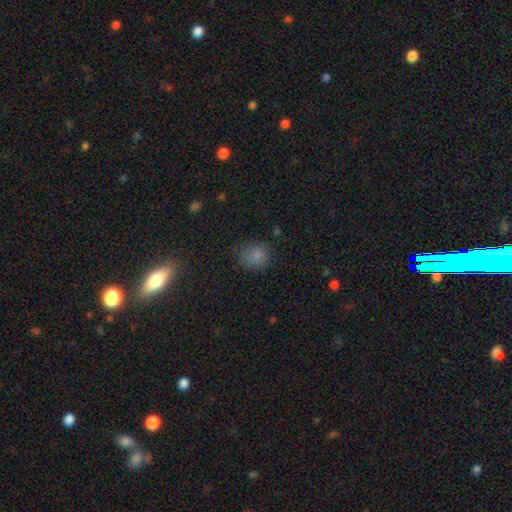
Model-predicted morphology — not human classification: A smooth galaxy with no disk features (80%) that is round (70%).

Vote fractions:
- Smooth or featured? smooth: 80% / star or artifact: 14% / featured or disk: 7%
- How rounded? round: 70% / in between: 29% / cigar-shaped: 1%
- Merging? none: 70% / minor disturbance: 21% / major disturbance: 6% / merger: 2%